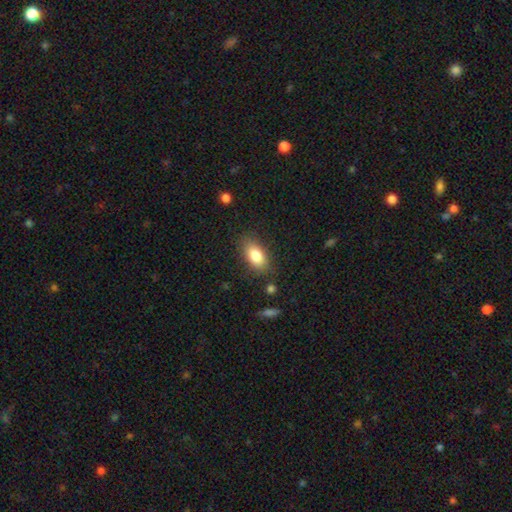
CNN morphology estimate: smooth-or-featured: smooth: 83% | featured or disk: 10% | star or artifact: 7%
  how-rounded: in between: 89% | round: 6% | cigar-shaped: 5%
  merging: none: 82% | minor disturbance: 12% | major disturbance: 3% | merger: 2%